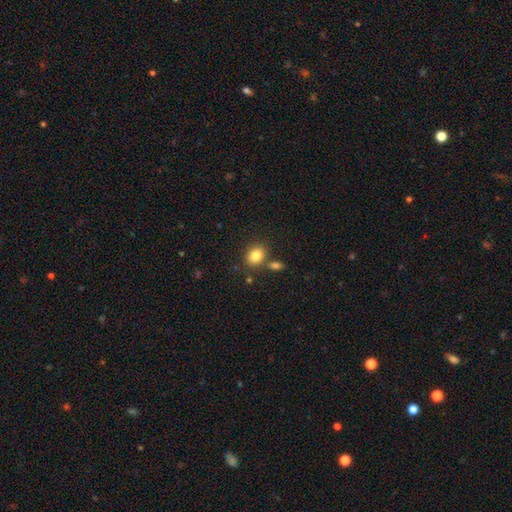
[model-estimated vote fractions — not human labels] Smooth or featured? Predicted: smooth (p=0.83). How rounded? Predicted: in between (p=0.51). Merging? Predicted: none (p=0.72).